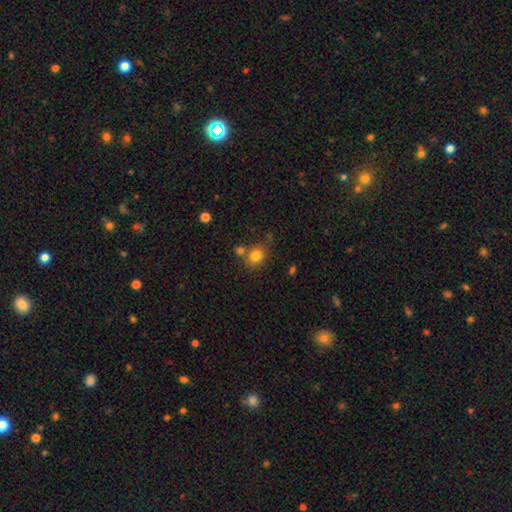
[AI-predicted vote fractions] smooth_or_featured: smooth (p=0.81) [alt: star or artifact p=0.12]
how_rounded: round (p=0.68) [alt: in between p=0.31]
merging: none (p=0.66) [alt: merger p=0.16]